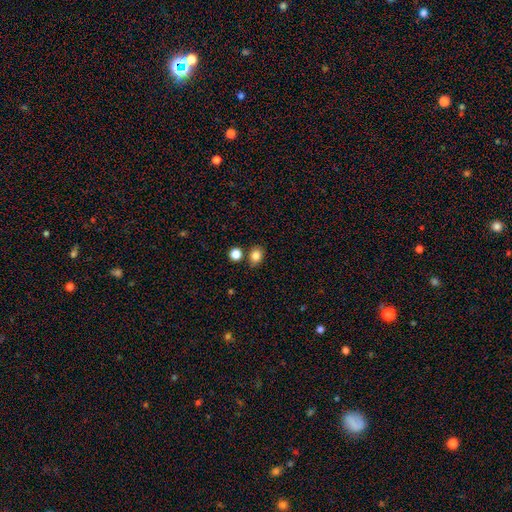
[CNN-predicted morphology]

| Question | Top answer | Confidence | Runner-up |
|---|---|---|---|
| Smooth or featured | smooth | 83% | star or artifact (11%) |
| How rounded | round | 51% | in between (48%) |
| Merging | none | 78% | minor disturbance (11%) |